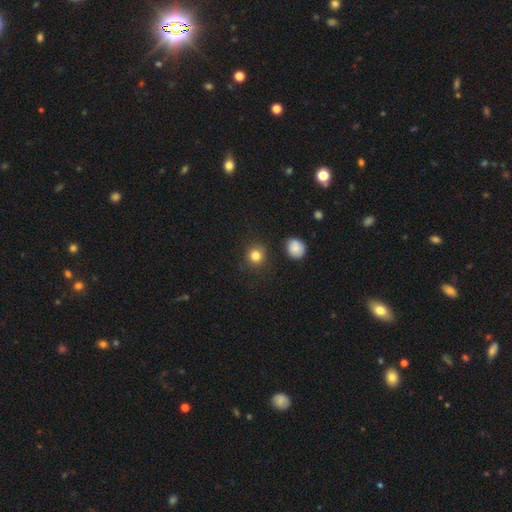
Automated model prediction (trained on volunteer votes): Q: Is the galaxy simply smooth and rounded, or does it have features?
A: smooth — 83%.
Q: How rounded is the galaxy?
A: round — 91%.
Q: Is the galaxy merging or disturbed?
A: none — 88%.